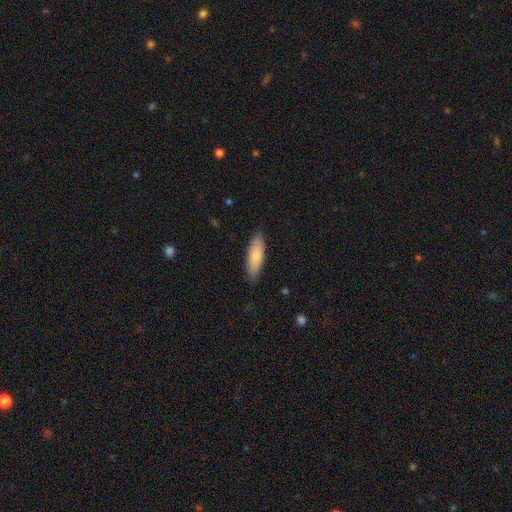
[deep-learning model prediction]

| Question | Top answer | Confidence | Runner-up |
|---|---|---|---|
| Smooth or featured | smooth | 82% | featured or disk (13%) |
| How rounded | in between | 50% | cigar-shaped (48%) |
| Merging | none | 86% | minor disturbance (11%) |